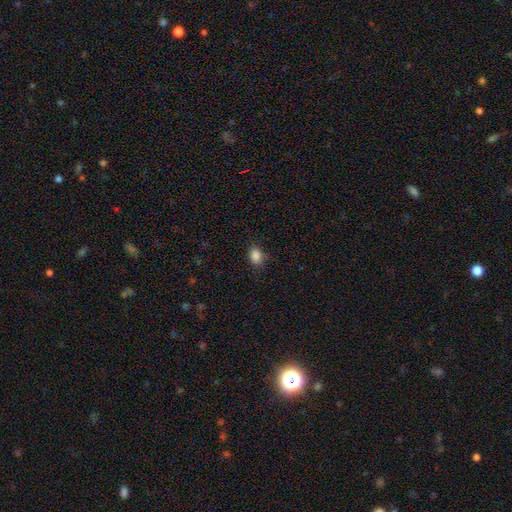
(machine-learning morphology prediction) smooth-or-featured: smooth: 86% | star or artifact: 11% | featured or disk: 4%
  how-rounded: in between: 64% | round: 35% | cigar-shaped: 1%
  merging: none: 82% | minor disturbance: 13% | major disturbance: 3% | merger: 1%